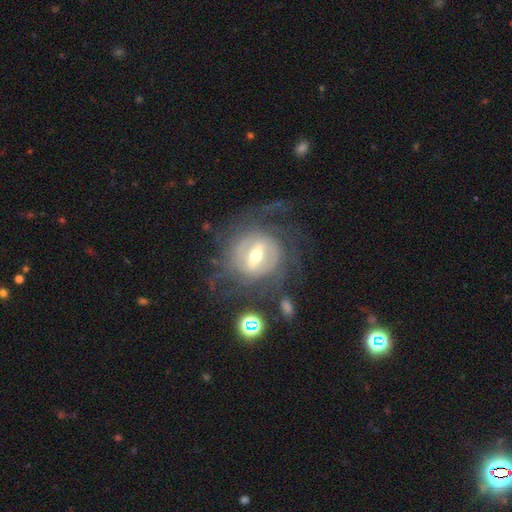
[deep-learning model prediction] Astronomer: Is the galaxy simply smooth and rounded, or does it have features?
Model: featured or disk — 84%.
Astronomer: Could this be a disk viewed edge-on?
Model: no — 92%.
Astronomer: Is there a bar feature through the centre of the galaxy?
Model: strong — 58% (runner-up: weak, 33%).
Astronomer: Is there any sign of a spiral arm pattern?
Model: yes — 79%.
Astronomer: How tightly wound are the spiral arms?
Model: tight — 50% (runner-up: medium, 32%).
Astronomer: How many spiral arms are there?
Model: can't tell — 37% (runner-up: 2, 36%).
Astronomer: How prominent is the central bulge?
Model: moderate — 68%.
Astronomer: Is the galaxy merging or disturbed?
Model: none — 63%.